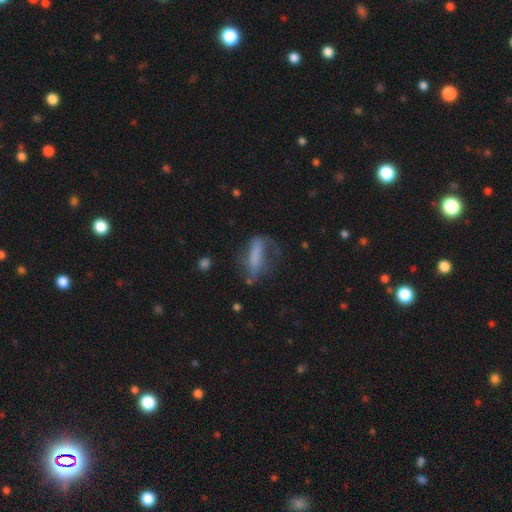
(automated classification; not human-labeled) The model was most divided on "merging": major disturbance: 36%, none: 34%, minor disturbance: 25%, merger: 4%. Remaining: smooth or featured — smooth (55%); how rounded — cigar-shaped (50%).